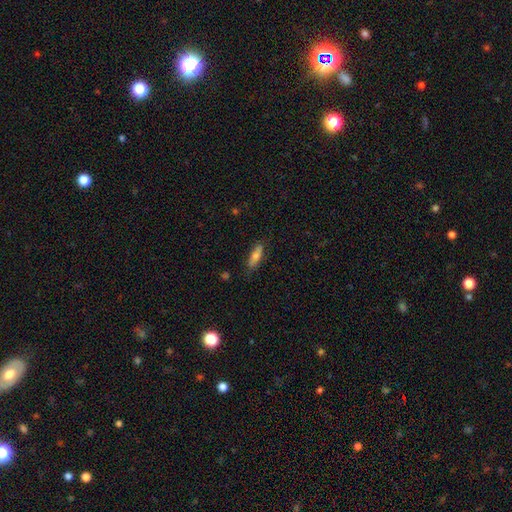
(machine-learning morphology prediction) smooth 64%, featured or disk 27%, star or artifact 9%. Down the decision tree: how rounded — cigar-shaped (58%); merging — none (81%).